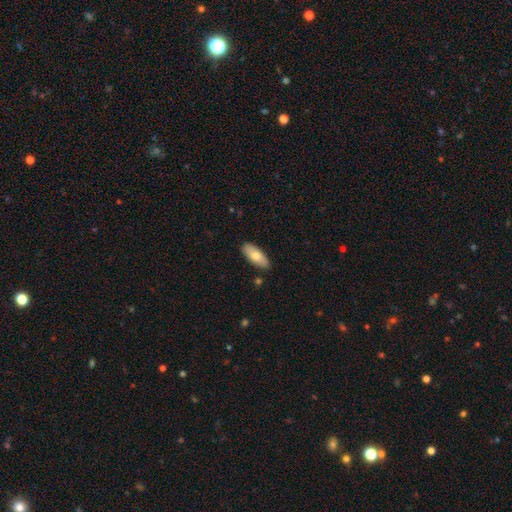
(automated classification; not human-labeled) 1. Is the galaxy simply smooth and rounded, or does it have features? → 74% smooth, 20% featured or disk, 6% star or artifact.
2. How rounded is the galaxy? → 81% in between, 17% cigar-shaped, 2% round.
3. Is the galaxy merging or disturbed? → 87% none, 10% minor disturbance, 2% major disturbance, 2% merger.